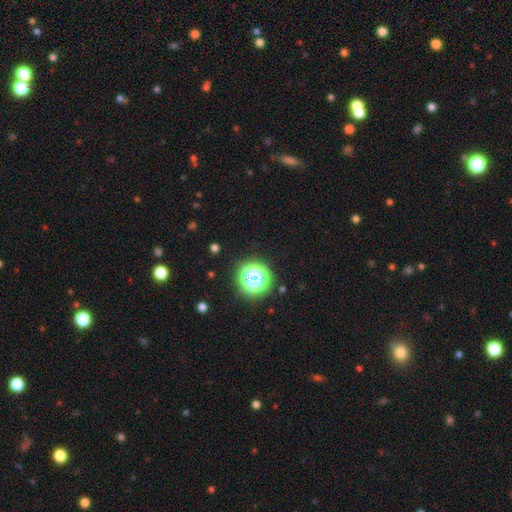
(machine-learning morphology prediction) Smooth or featured? star or artifact (73%)